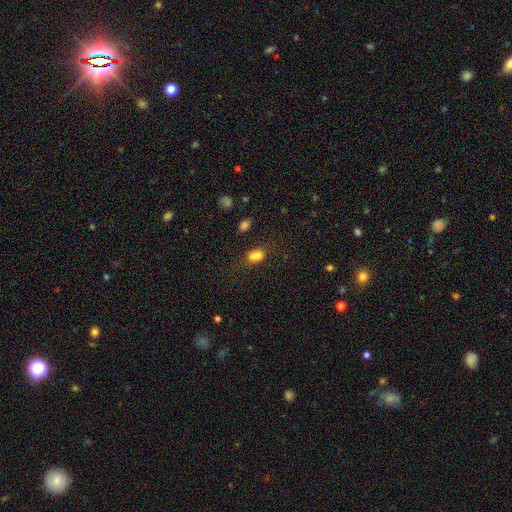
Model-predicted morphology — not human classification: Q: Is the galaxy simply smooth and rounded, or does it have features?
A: smooth — 82%.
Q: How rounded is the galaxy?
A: in between — 83%.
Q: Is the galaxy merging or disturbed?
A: none — 66%.